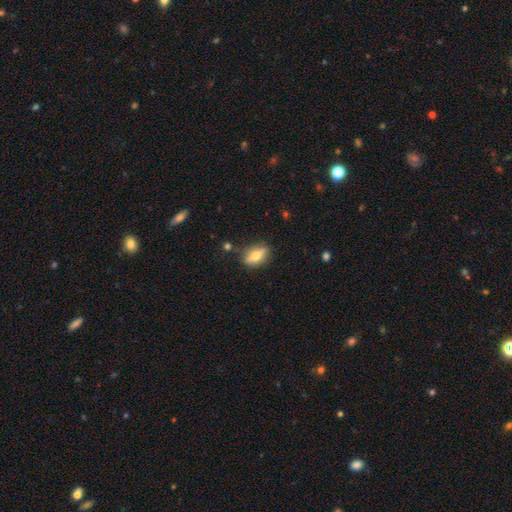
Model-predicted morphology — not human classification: smooth_or_featured: featured or disk (p=0.46) [tied with: smooth p=0.46]
merging: none (p=0.79) [alt: minor disturbance p=0.14]